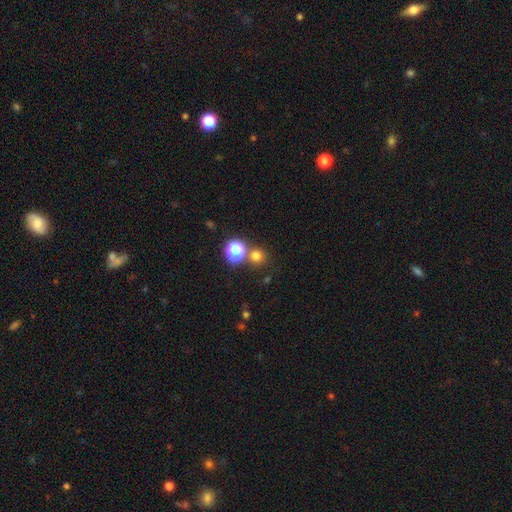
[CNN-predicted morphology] Smooth or featured? Predicted: smooth (p=0.71). How rounded? Predicted: round (p=0.91). Merging? Predicted: none (p=0.73).